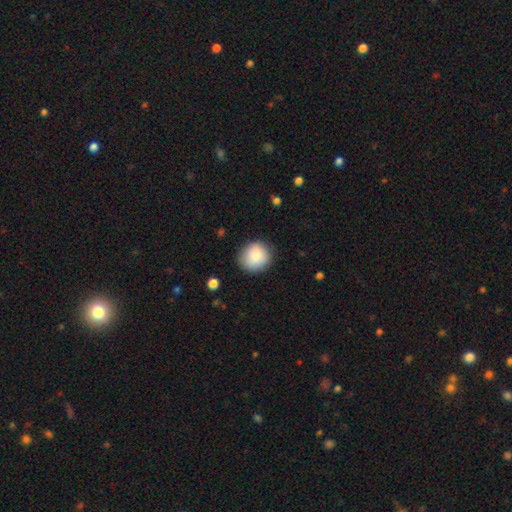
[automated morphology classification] Smooth or featured?
  - smooth: 85% *
  - featured or disk: 8%
  - star or artifact: 7%
How rounded?
  - round: 87% *
  - in between: 12%
  - cigar-shaped: 1%
Merging?
  - none: 85% *
  - minor disturbance: 11%
  - major disturbance: 3%
  - merger: 1%